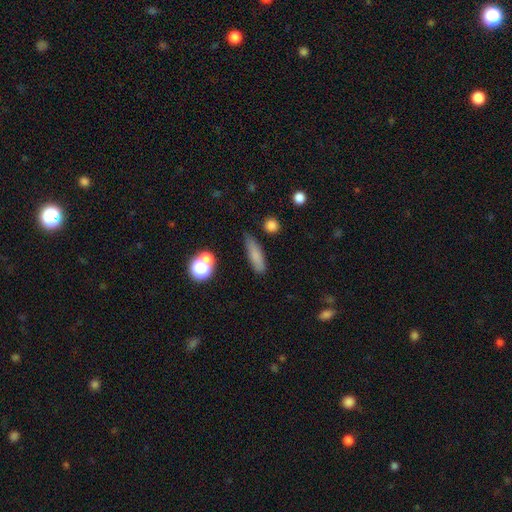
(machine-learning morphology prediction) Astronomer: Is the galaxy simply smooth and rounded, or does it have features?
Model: smooth — 77%.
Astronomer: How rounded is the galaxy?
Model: cigar-shaped — 66%.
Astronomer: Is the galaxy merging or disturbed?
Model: none — 73%.